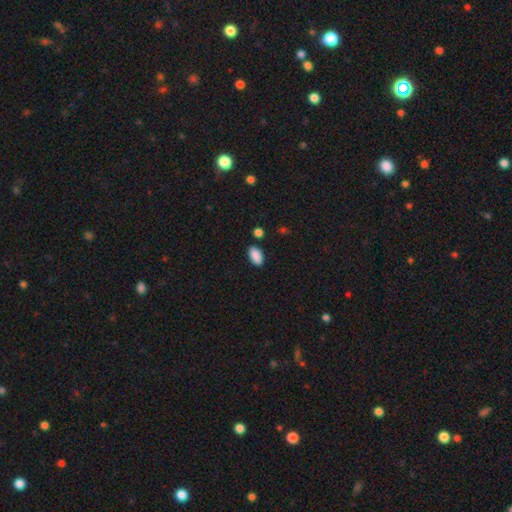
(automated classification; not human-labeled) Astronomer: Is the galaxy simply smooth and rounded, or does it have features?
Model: smooth — 89%.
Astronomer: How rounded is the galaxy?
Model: in between — 94%.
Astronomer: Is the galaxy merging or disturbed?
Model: none — 84%.